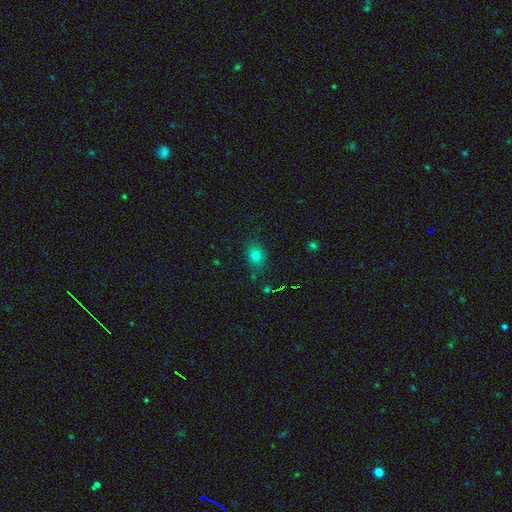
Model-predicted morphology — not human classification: Smooth or featured? smooth (75%)
How rounded? in between (54%)
Merging? none (82%)